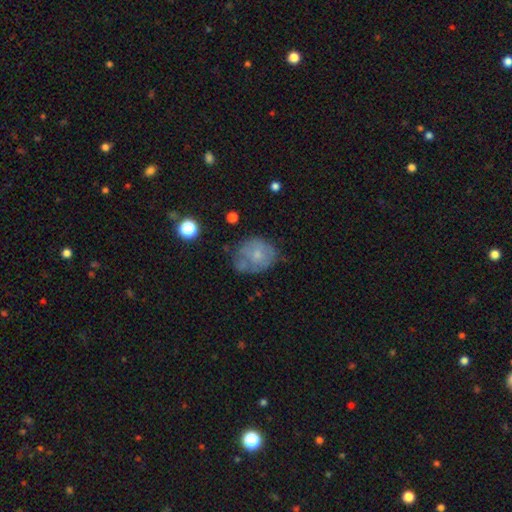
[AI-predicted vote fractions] smooth 56%, featured or disk 35%, star or artifact 10%. Down the decision tree: how rounded — round (63%); merging — none (48%).